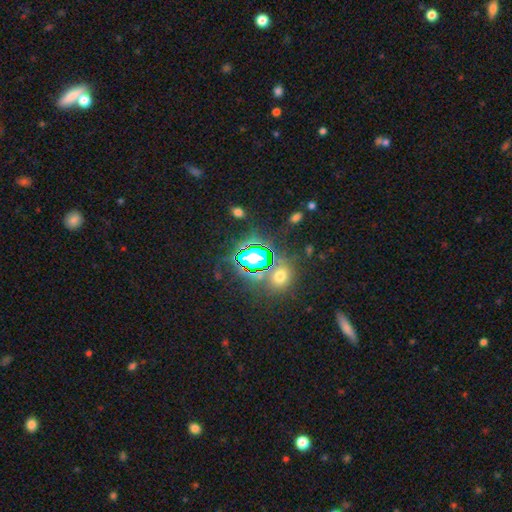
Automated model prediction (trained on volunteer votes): Smooth or featured? star or artifact (68%)